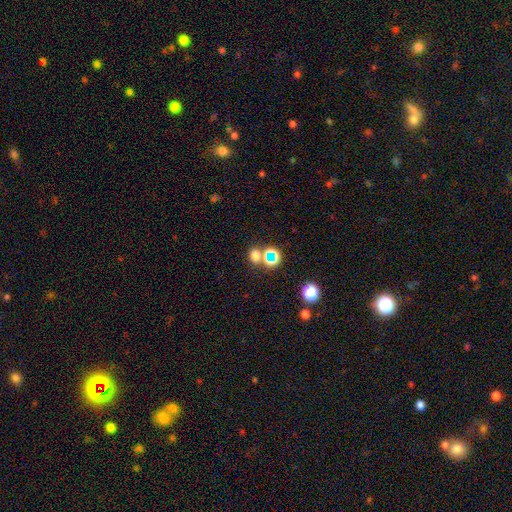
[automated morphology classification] Smooth or featured? smooth (60%)
How rounded? round (72%)
Merging? none (66%)